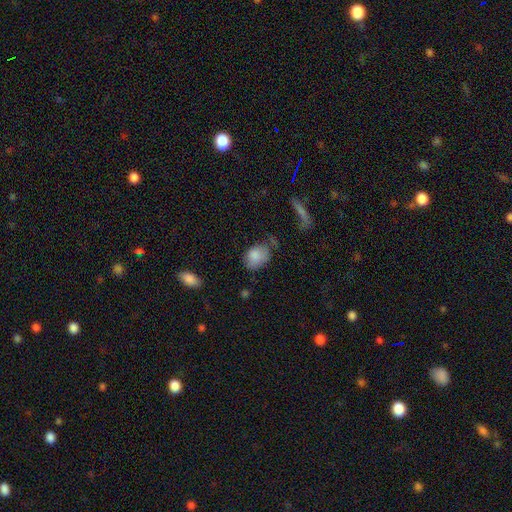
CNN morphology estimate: Smooth or featured? Predicted: smooth (p=0.83). How rounded? Predicted: in between (p=0.76). Merging? Predicted: none (p=0.54).